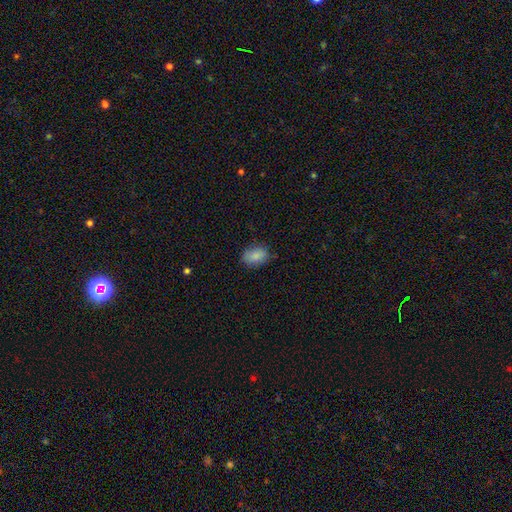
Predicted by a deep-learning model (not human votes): Smooth or featured? Predicted: smooth (p=0.87). How rounded? Predicted: in between (p=0.83). Merging? Predicted: none (p=0.79).